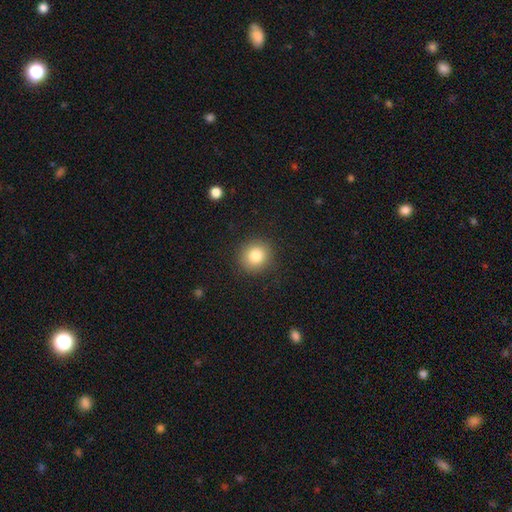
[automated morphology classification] Smooth or featured? smooth (82%)
How rounded? round (89%)
Merging? none (90%)